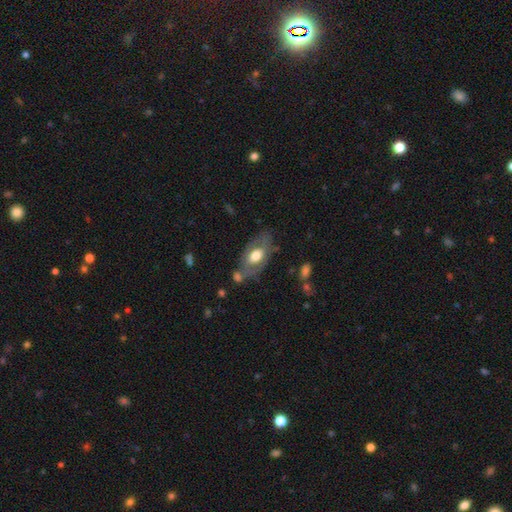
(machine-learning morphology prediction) smooth-or-featured: featured or disk: 50% | smooth: 44% | star or artifact: 6%
  disk-edge-on: no: 84% | yes: 16%
  merging: none: 58% | minor disturbance: 23% | major disturbance: 10% | merger: 9%